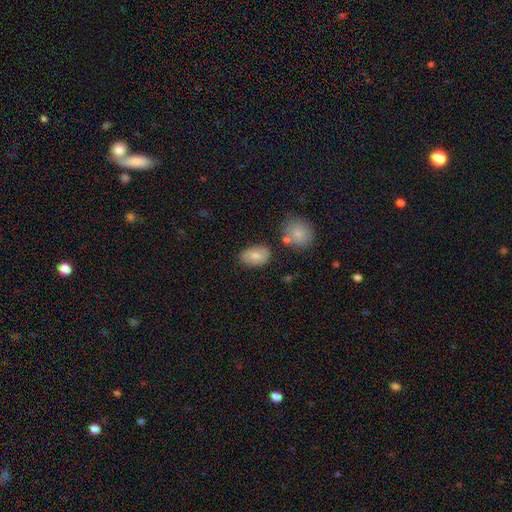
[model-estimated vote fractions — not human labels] The model was most divided on "merging": none: 71%, minor disturbance: 18%, merger: 7%, major disturbance: 4%. More confident: how rounded — in between (84%); smooth or featured — smooth (74%).